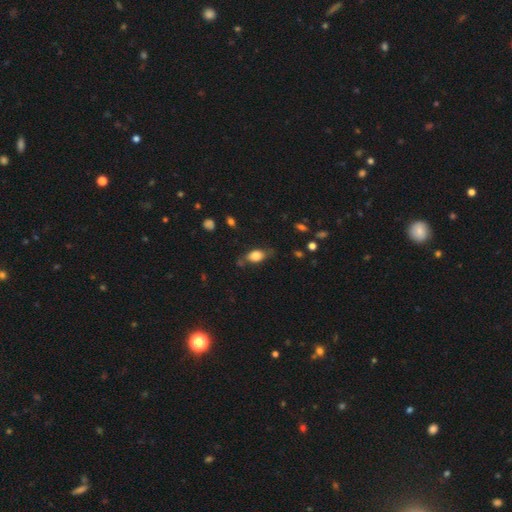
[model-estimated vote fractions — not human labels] Morphology: type=smooth (77%); roundness=in between (85%); merging=none (64%).